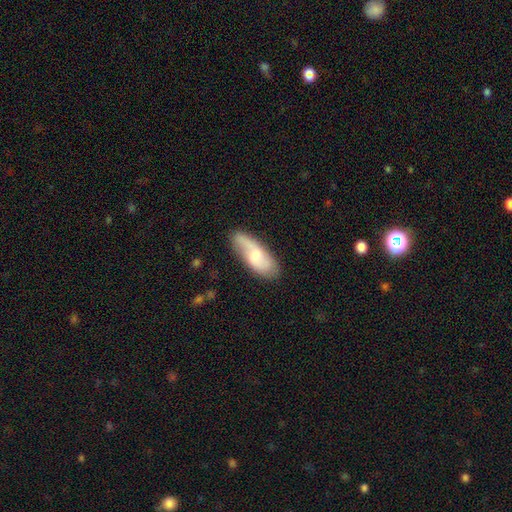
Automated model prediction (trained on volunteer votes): smooth 55%, featured or disk 39%, star or artifact 6%. Down the decision tree: how rounded — in between (74%); merging — none (70%).